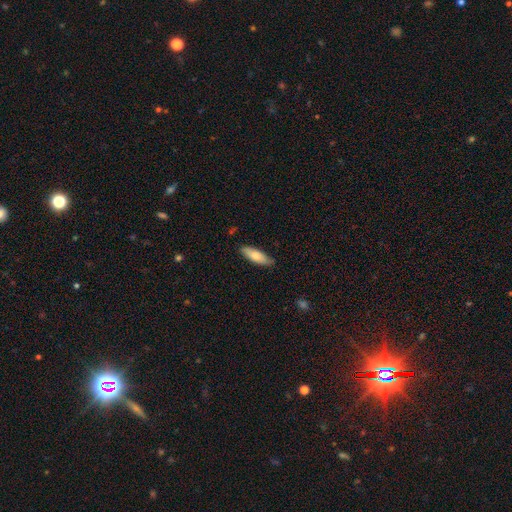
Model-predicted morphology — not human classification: A smooth galaxy with no disk features (75%) that is in between round and cigar-shaped (54%).

Vote fractions:
- Smooth or featured? smooth: 75% / featured or disk: 19% / star or artifact: 6%
- How rounded? in between: 54% / cigar-shaped: 45% / round: 2%
- Merging? none: 82% / minor disturbance: 14% / major disturbance: 2% / merger: 1%